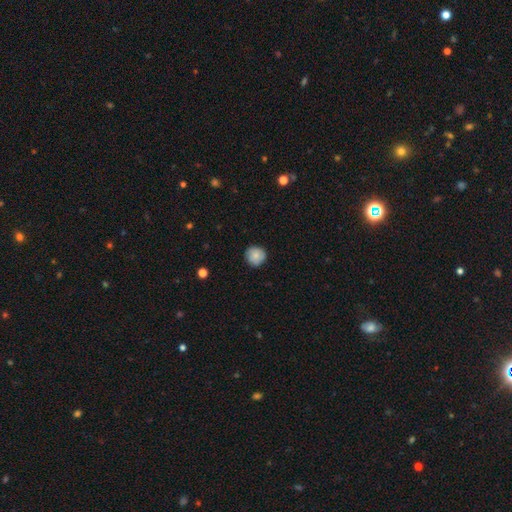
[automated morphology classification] Smooth or featured?
  - smooth: 83% *
  - featured or disk: 9%
  - star or artifact: 8%
How rounded?
  - round: 94% *
  - in between: 5%
  - cigar-shaped: 1%
Merging?
  - none: 87% *
  - minor disturbance: 10%
  - major disturbance: 2%
  - merger: 1%